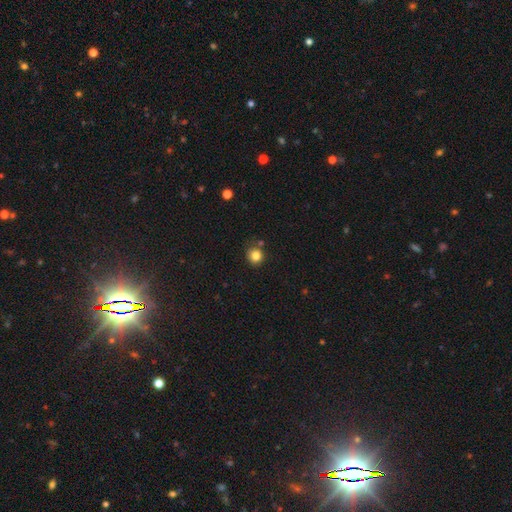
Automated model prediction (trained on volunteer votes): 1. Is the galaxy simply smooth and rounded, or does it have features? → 83% smooth, 12% star or artifact, 6% featured or disk.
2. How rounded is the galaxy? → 90% round, 9% in between, 1% cigar-shaped.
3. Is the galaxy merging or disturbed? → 79% none, 12% minor disturbance, 6% merger, 3% major disturbance.